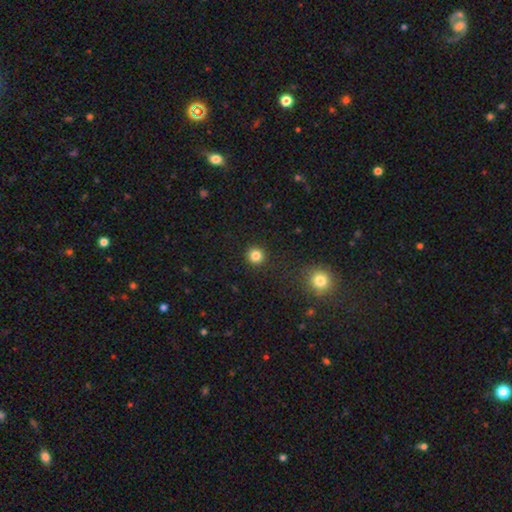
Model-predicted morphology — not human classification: smooth 83%, star or artifact 13%, featured or disk 5%. Down the decision tree: how rounded — round (95%); merging — none (92%).